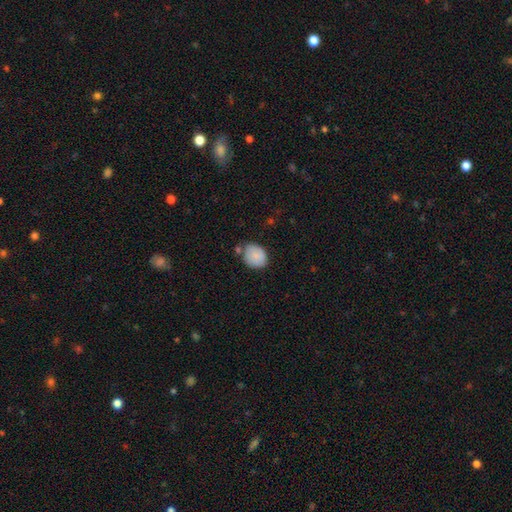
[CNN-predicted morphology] smooth 85%, featured or disk 8%, star or artifact 7%. Down the decision tree: how rounded — round (57%); merging — none (63%).